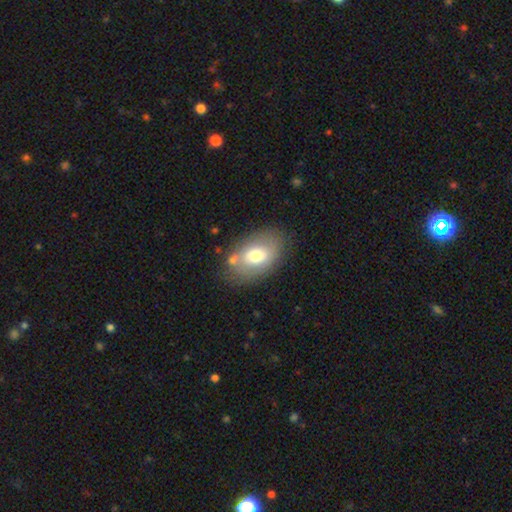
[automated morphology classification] smooth 64%, featured or disk 28%, star or artifact 8%. Down the decision tree: how rounded — in between (86%); merging — none (73%).